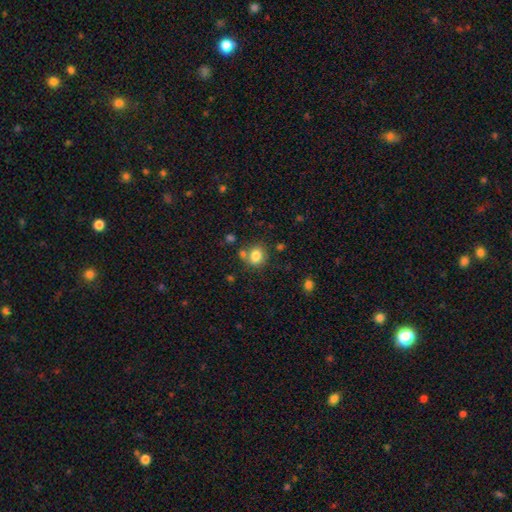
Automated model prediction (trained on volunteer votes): Smooth or featured? smooth (81%)
How rounded? round (64%)
Merging? none (66%)